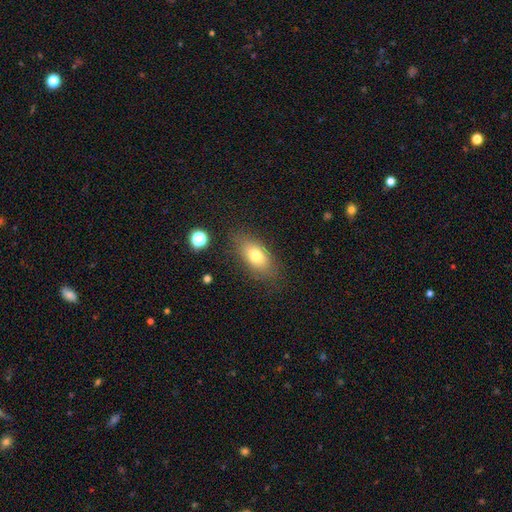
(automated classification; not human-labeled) smooth 74%, featured or disk 16%, star or artifact 10%. Down the decision tree: how rounded — in between (84%); merging — none (78%).